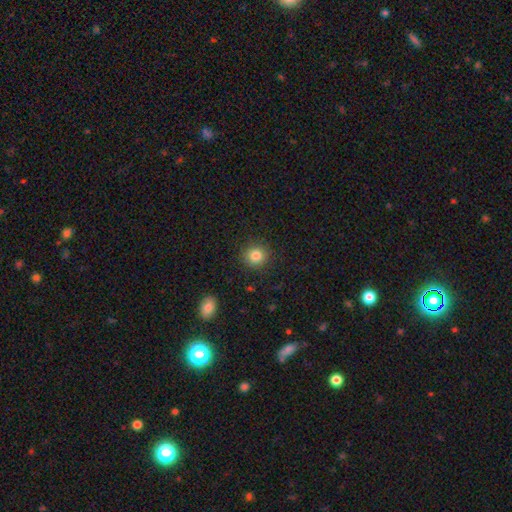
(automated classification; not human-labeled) Smooth or featured? Predicted: smooth (p=0.83). How rounded? Predicted: round (p=0.91). Merging? Predicted: none (p=0.89).